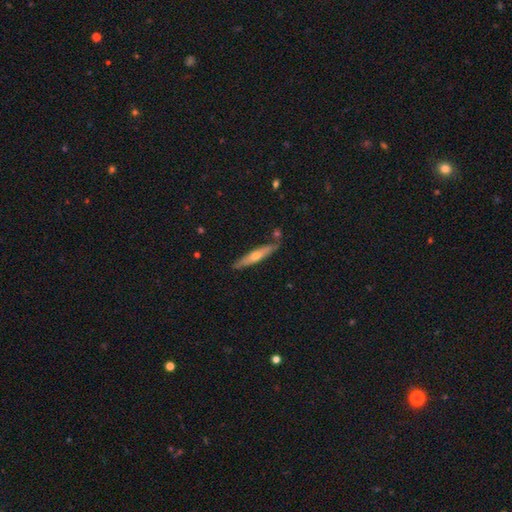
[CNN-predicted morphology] A featured or disk galaxy (53%) viewed edge-on (89%).

Vote fractions:
- Smooth or featured? featured or disk: 53% / smooth: 41% / star or artifact: 6%
- Edge-on disk? yes: 89% / no: 11%
- Merging? none: 81% / minor disturbance: 13% / merger: 5% / major disturbance: 2%